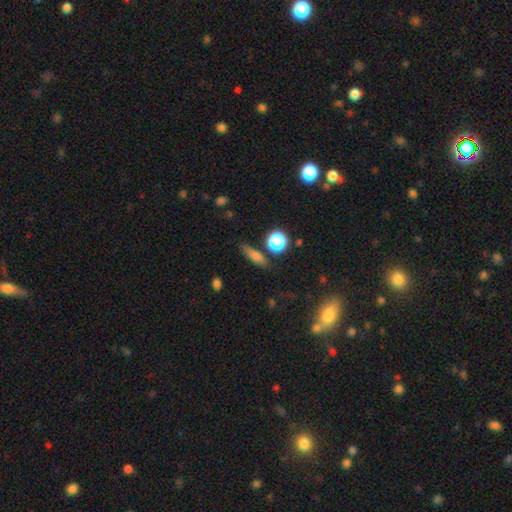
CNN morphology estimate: A smooth galaxy with no disk features (65%) that is cigar-shaped (60%).

Vote fractions:
- Smooth or featured? smooth: 65% / featured or disk: 21% / star or artifact: 14%
- How rounded? cigar-shaped: 60% / in between: 29% / round: 12%
- Merging? none: 80% / minor disturbance: 12% / merger: 4% / major disturbance: 3%